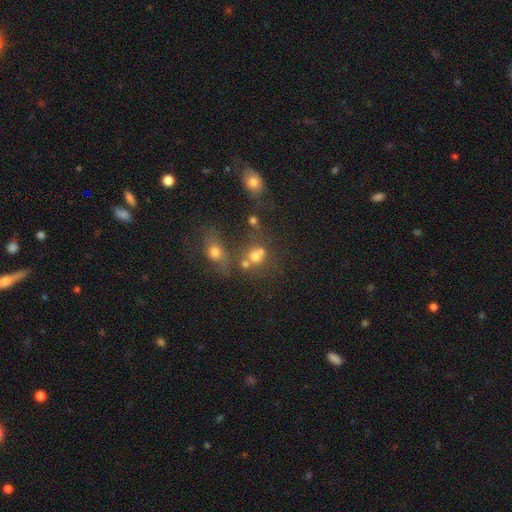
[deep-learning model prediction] This appears to be a smooth galaxy with no disk features (65%) that is round (71%). Merging: merger (41%).